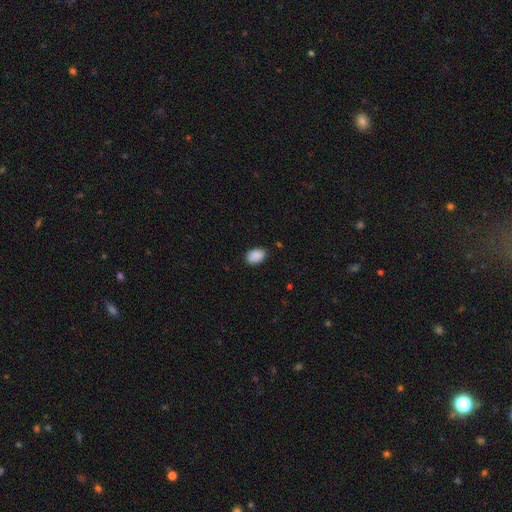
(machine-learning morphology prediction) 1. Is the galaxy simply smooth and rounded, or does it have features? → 90% smooth, 7% star or artifact, 3% featured or disk.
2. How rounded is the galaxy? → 88% in between, 11% round, 1% cigar-shaped.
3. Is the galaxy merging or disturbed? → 83% none, 13% minor disturbance, 2% major disturbance, 1% merger.